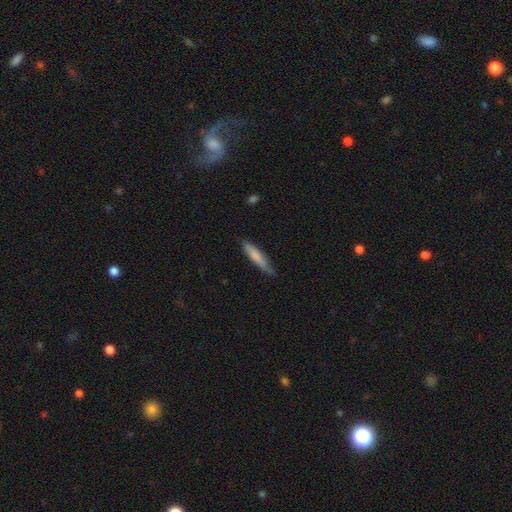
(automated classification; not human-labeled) A smooth galaxy with no disk features (76%) that is cigar-shaped (85%).

Vote fractions:
- Smooth or featured? smooth: 76% / featured or disk: 18% / star or artifact: 6%
- How rounded? cigar-shaped: 85% / in between: 14% / round: 1%
- Merging? none: 77% / minor disturbance: 19% / major disturbance: 3% / merger: 1%